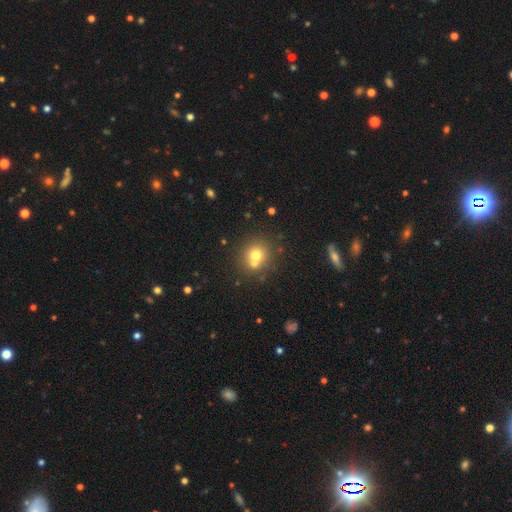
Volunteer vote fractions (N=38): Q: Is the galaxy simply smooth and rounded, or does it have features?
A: smooth — 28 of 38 (74%).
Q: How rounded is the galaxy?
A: round — 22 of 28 (79%).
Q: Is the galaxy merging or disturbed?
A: none — 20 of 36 (56%).